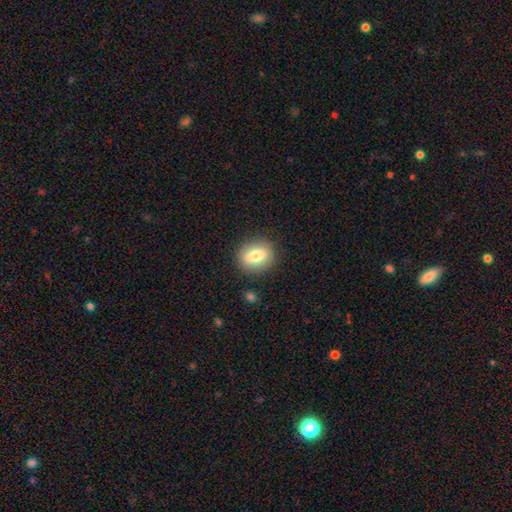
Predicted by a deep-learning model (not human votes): Q: Smooth or featured?
A: smooth (70%); runner-up: featured or disk (22%)
Q: How rounded?
A: in between (51%); runner-up: round (46%)
Q: Merging?
A: none (87%); runner-up: minor disturbance (9%)